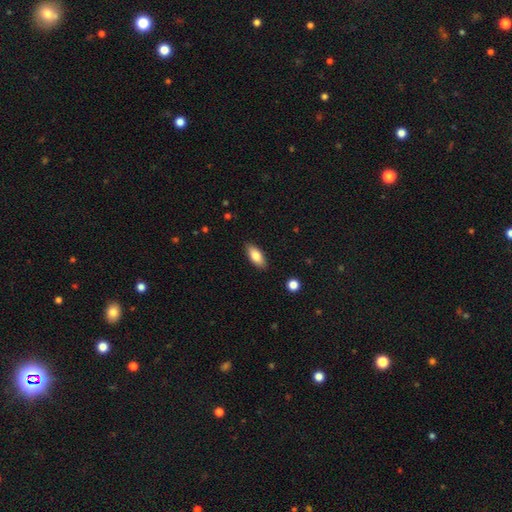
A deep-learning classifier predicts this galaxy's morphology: This is likely a smooth galaxy (80%). How rounded: clearly in between (83%). Merging: clearly none (87%).